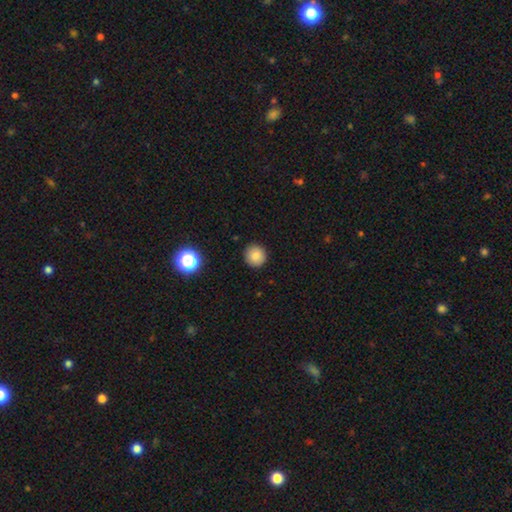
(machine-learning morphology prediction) smooth 84%, star or artifact 11%, featured or disk 5%. Down the decision tree: how rounded — round (92%); merging — none (91%).